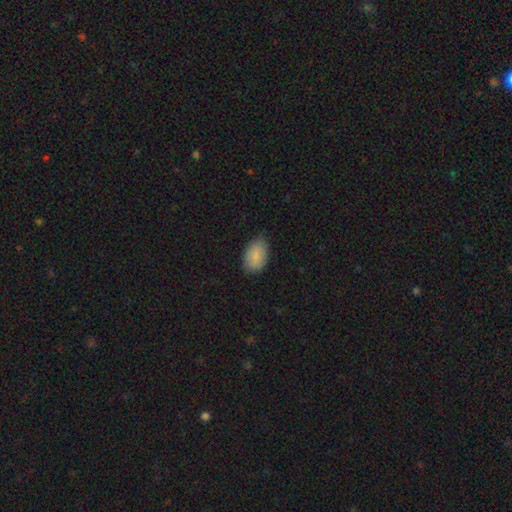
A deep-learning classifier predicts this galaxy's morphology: Q: Smooth or featured?
A: smooth (87%); runner-up: star or artifact (6%)
Q: How rounded?
A: in between (91%); runner-up: round (8%)
Q: Merging?
A: none (74%); runner-up: minor disturbance (21%)